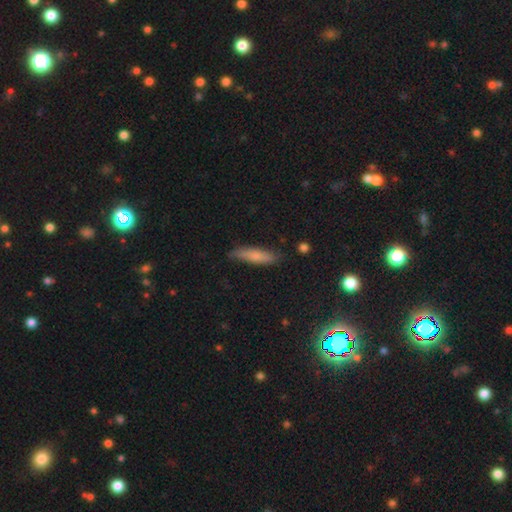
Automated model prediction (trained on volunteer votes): smooth_or_featured: smooth (p=0.71) [alt: featured or disk p=0.22]
how_rounded: cigar-shaped (p=0.76) [alt: in between p=0.22]
merging: none (p=0.78) [alt: minor disturbance p=0.18]